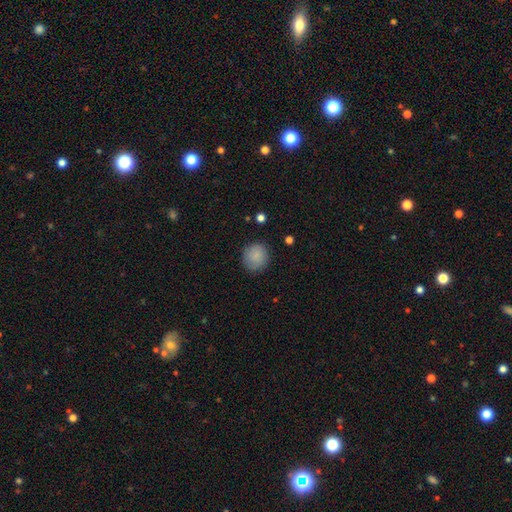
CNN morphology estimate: Smooth or featured? Predicted: smooth (p=0.87). How rounded? Predicted: round (p=0.88). Merging? Predicted: none (p=0.85).